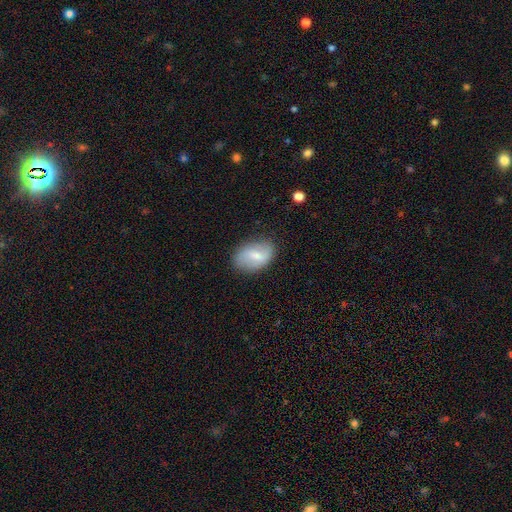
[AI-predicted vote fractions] smooth_or_featured: smooth (p=0.57) [alt: featured or disk p=0.36]
how_rounded: in between (p=0.87) [alt: round p=0.11]
merging: none (p=0.77) [alt: minor disturbance p=0.17]